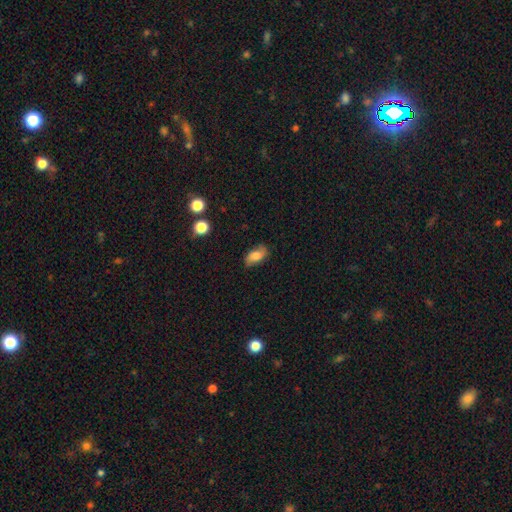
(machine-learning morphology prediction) type=smooth (63%); roundness=in between (89%); merging=none (76%).